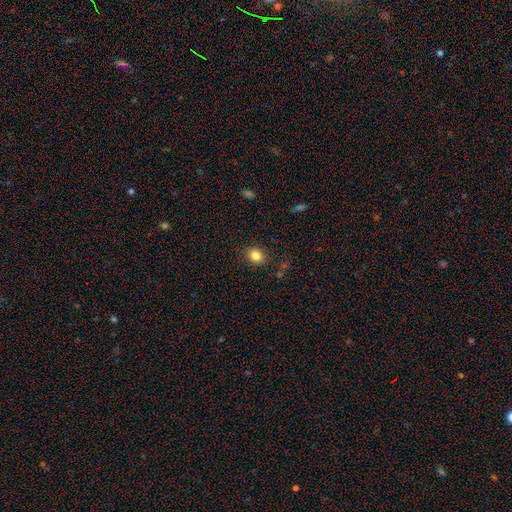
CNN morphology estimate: Smooth or featured: smooth — 83% (star or artifact — 11%)
How rounded: round — 57% (in between — 43%)
Merging: none — 86% (minor disturbance — 10%)